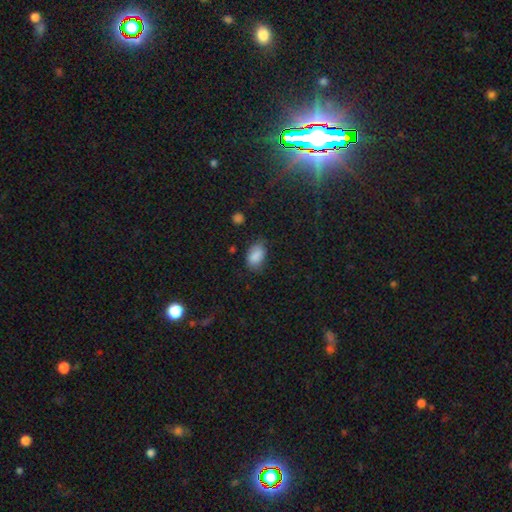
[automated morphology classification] type=smooth (86%); roundness=in between (88%); merging=none (64%).